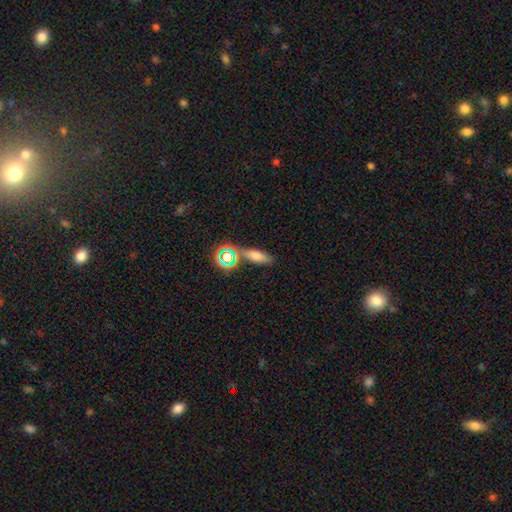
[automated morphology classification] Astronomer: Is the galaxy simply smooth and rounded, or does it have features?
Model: smooth — 65%.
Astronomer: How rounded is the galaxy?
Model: in between — 55% (runner-up: cigar-shaped, 35%).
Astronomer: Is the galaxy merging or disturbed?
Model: none — 67%.